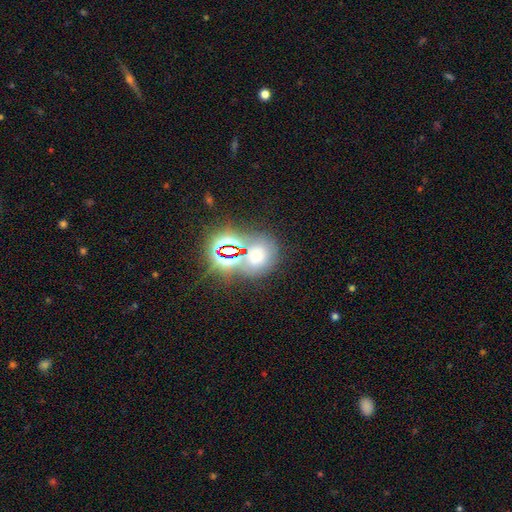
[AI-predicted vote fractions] smooth-or-featured: smooth: 53% | star or artifact: 37% | featured or disk: 10%
  how-rounded: round: 73% | in between: 26% | cigar-shaped: 1%
  merging: none: 67% | merger: 15% | minor disturbance: 12% | major disturbance: 6%